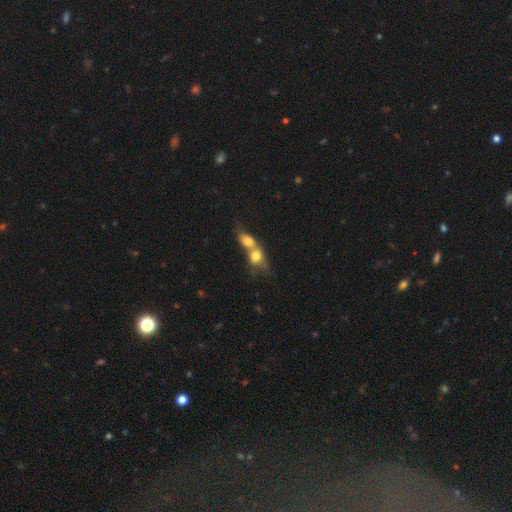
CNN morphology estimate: This is likely a smooth galaxy (73%). How rounded: possibly round (49%). Merging: clearly merger (81%).